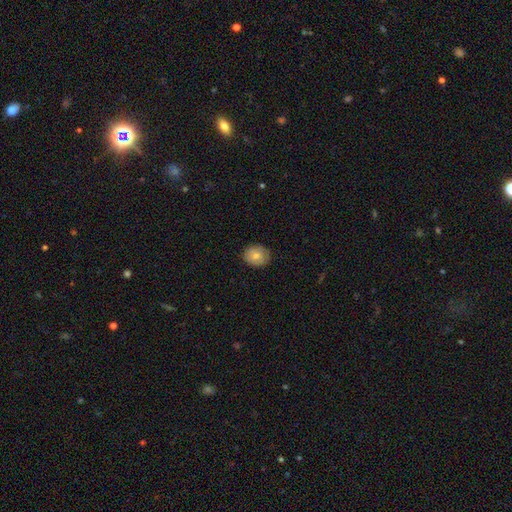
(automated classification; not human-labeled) This is likely a smooth galaxy (75%). How rounded: likely round (61%). Merging: clearly none (83%).